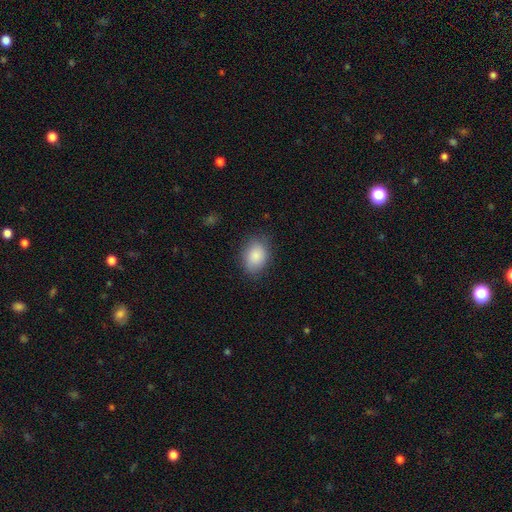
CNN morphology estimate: This is clearly a smooth galaxy (86%). How rounded: likely in between (76%). Merging: likely none (79%).